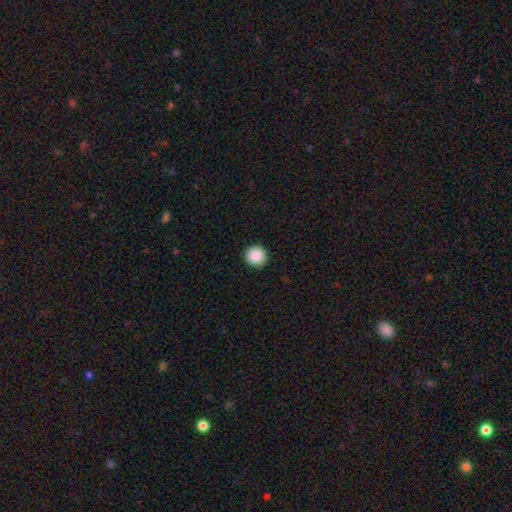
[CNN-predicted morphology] A smooth galaxy with no disk features (89%) that is round (95%).

Vote fractions:
- Smooth or featured? smooth: 89% / star or artifact: 8% / featured or disk: 3%
- How rounded? round: 95% / in between: 4% / cigar-shaped: 1%
- Merging? none: 93% / minor disturbance: 5% / major disturbance: 1% / merger: 1%